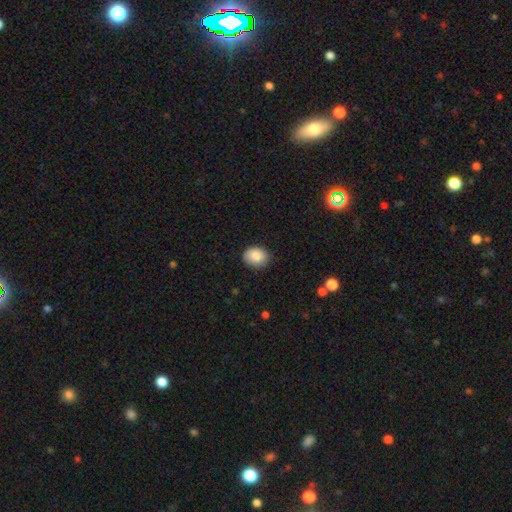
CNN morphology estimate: Smooth or featured: smooth — 87% (star or artifact — 7%)
How rounded: in between — 54% (round — 45%)
Merging: none — 84% (minor disturbance — 12%)